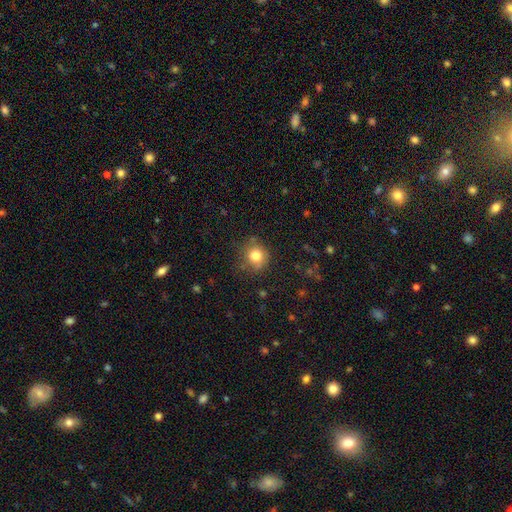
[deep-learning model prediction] smooth 79%, star or artifact 12%, featured or disk 8%. Down the decision tree: how rounded — round (89%); merging — none (77%).